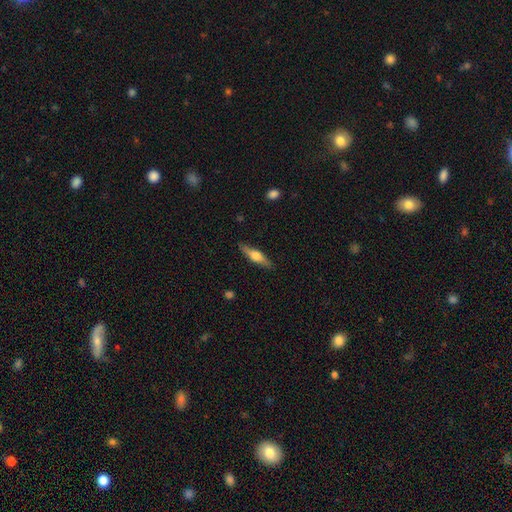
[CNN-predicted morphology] This is possibly a featured or disk galaxy (50%). It is clearly viewed edge-on (93%). Merging: clearly none (87%).